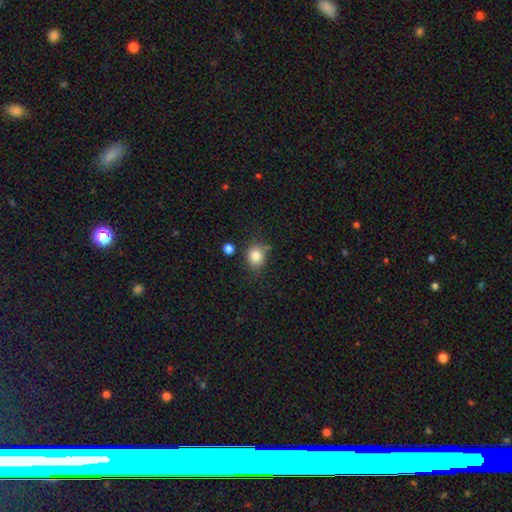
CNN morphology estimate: The model was most divided on "how rounded": round: 74%, in between: 25%, cigar-shaped: 1%. More confident: smooth or featured — smooth (82%); merging — none (73%).